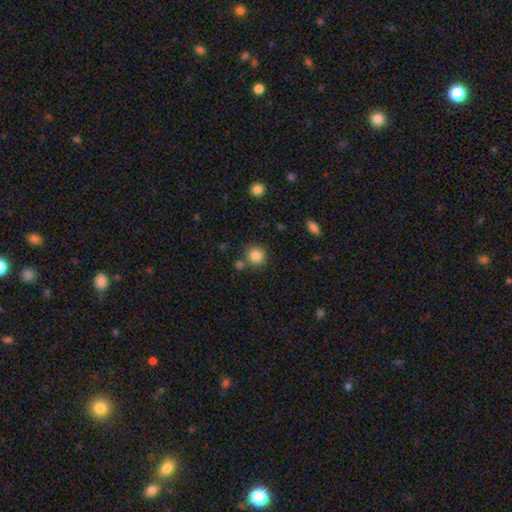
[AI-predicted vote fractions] smooth-or-featured: smooth: 85% | star or artifact: 10% | featured or disk: 5%
  how-rounded: round: 90% | in between: 9% | cigar-shaped: 1%
  merging: none: 76% | merger: 12% | minor disturbance: 9% | major disturbance: 3%